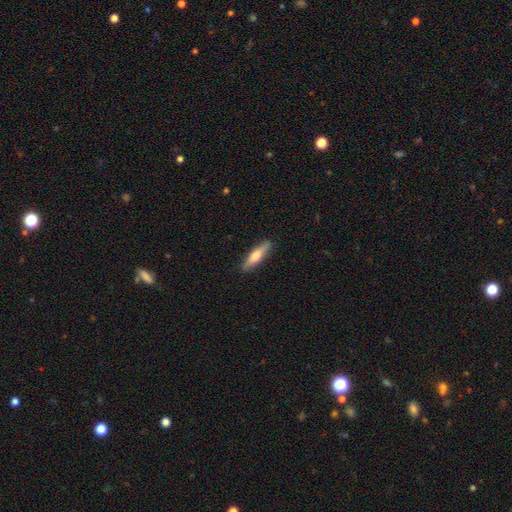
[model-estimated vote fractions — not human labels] Smooth or featured: smooth — 56% (featured or disk — 38%)
How rounded: cigar-shaped — 77% (in between — 21%)
Merging: none — 89% (minor disturbance — 8%)